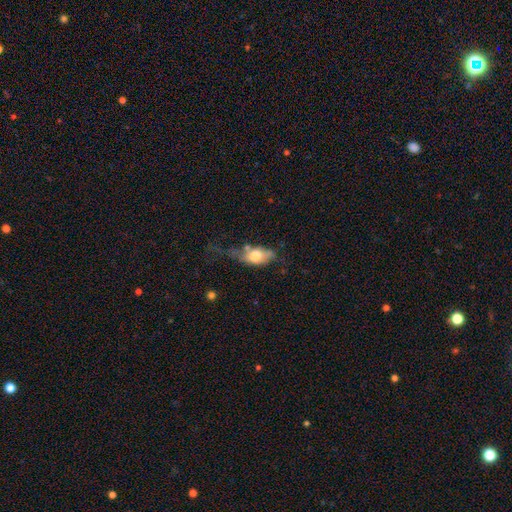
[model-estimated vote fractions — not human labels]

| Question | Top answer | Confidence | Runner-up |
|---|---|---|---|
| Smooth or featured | smooth | 61% | featured or disk (32%) |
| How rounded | in between | 84% | cigar-shaped (8%) |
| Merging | major disturbance | 37% | minor disturbance (28%) |